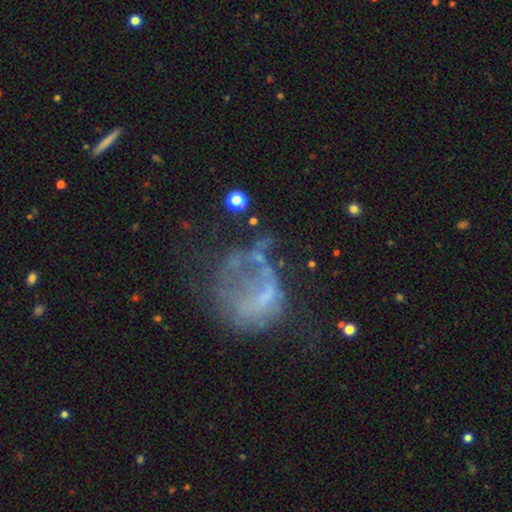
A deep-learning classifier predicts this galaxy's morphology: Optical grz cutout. It shows a featured or disk galaxy (53%) with no bar (83%), no spiral arms (87%) and no central bulge (70%). Merging: major disturbance (44%).